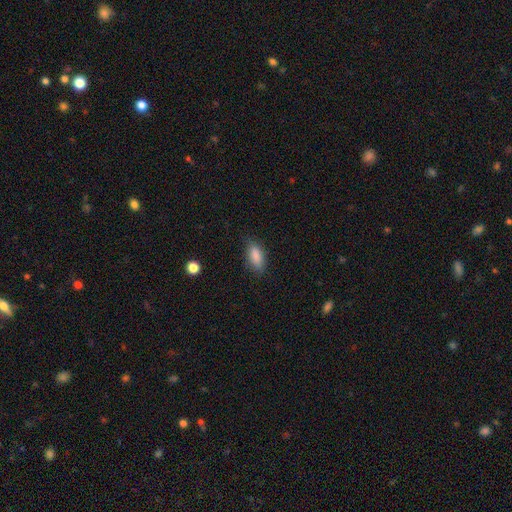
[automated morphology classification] Q: Smooth or featured?
A: smooth (86%); runner-up: star or artifact (7%)
Q: How rounded?
A: in between (85%); runner-up: cigar-shaped (12%)
Q: Merging?
A: none (78%); runner-up: minor disturbance (17%)